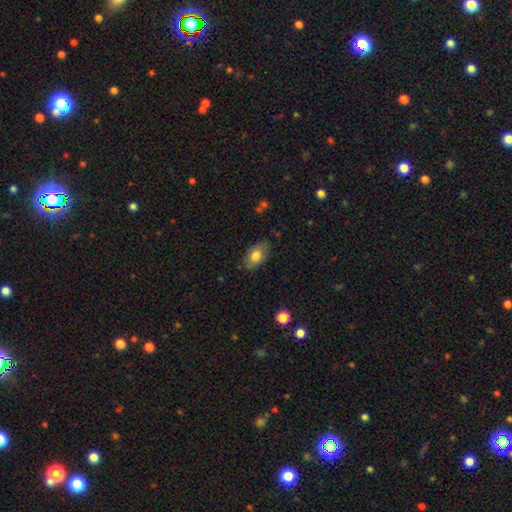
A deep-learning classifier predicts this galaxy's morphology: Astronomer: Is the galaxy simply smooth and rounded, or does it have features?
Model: smooth — 75%.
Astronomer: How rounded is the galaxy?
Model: in between — 92%.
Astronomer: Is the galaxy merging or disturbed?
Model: none — 79%.